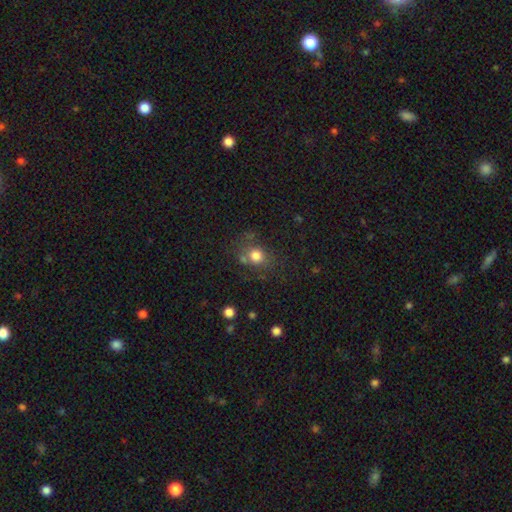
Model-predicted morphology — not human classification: smooth 77%, star or artifact 13%, featured or disk 10%. Down the decision tree: how rounded — round (72%); merging — none (66%).